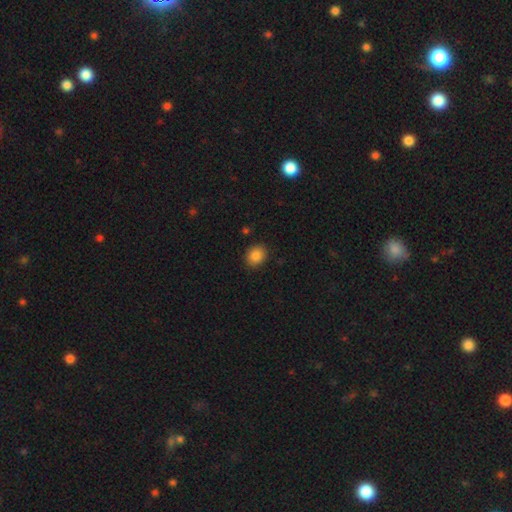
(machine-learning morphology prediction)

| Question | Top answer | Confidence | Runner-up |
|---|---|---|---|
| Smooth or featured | smooth | 86% | star or artifact (10%) |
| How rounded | round | 68% | in between (32%) |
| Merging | none | 89% | minor disturbance (8%) |